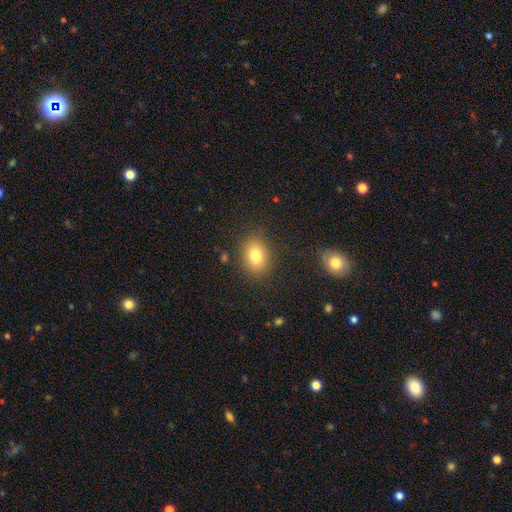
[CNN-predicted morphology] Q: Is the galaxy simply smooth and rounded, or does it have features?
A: smooth — 80%.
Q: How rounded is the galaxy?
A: in between — 61%.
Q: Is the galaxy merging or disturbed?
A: none — 84%.